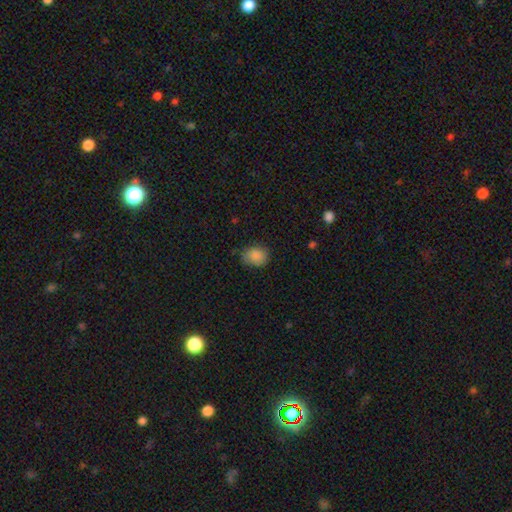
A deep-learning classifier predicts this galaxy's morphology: smooth 87%, star or artifact 9%, featured or disk 4%. Down the decision tree: how rounded — round (56%); merging — none (73%).